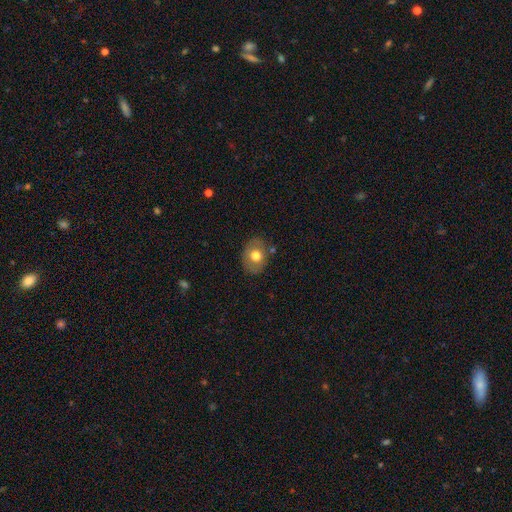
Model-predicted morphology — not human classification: type=smooth (68%); roundness=in between (51%); merging=none (80%).